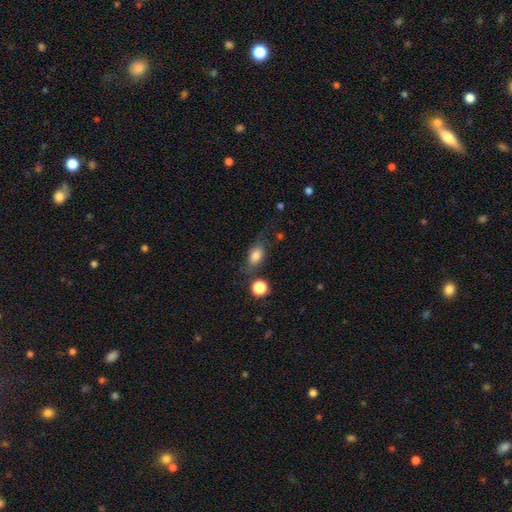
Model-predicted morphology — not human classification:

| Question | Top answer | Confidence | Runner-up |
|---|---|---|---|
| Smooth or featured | smooth | 79% | featured or disk (12%) |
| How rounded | in between | 80% | round (15%) |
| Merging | none | 60% | minor disturbance (22%) |